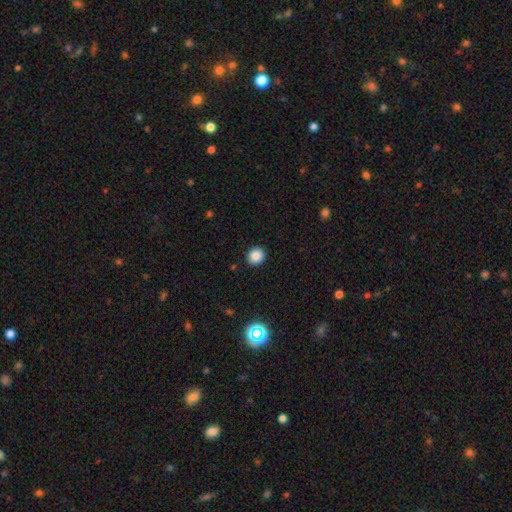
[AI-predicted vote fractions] This is clearly a smooth galaxy (85%). How rounded: clearly round (88%). Merging: clearly none (92%).